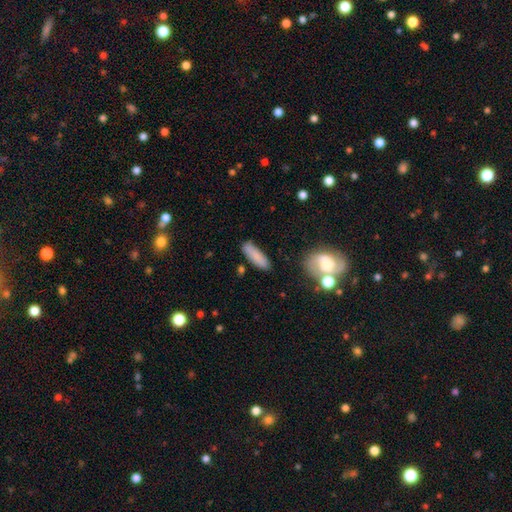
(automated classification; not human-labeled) Smooth or featured: smooth — 82% (featured or disk — 11%)
How rounded: cigar-shaped — 56% (in between — 42%)
Merging: none — 81% (minor disturbance — 12%)